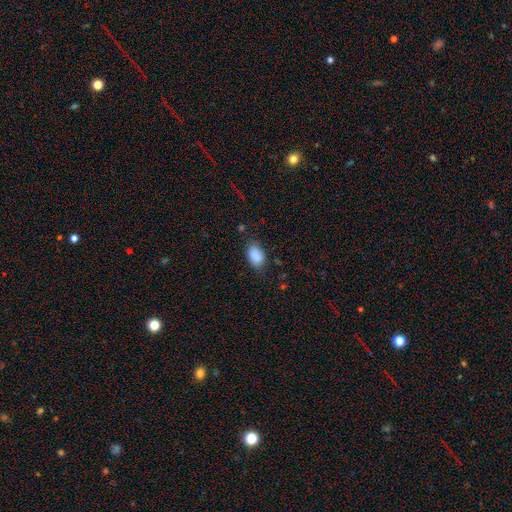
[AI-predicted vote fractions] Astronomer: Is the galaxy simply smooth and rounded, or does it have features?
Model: smooth — 89%.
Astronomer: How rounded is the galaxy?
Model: in between — 89%.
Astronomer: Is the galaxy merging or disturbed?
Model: none — 76%.